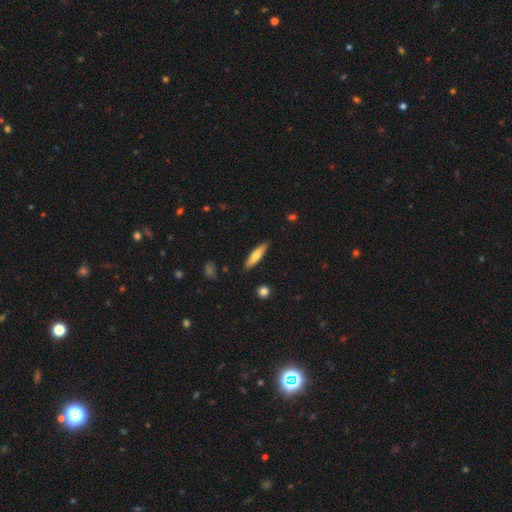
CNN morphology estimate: Q: Smooth or featured?
A: smooth (68%); runner-up: featured or disk (27%)
Q: How rounded?
A: cigar-shaped (73%); runner-up: in between (25%)
Q: Merging?
A: none (86%); runner-up: minor disturbance (11%)